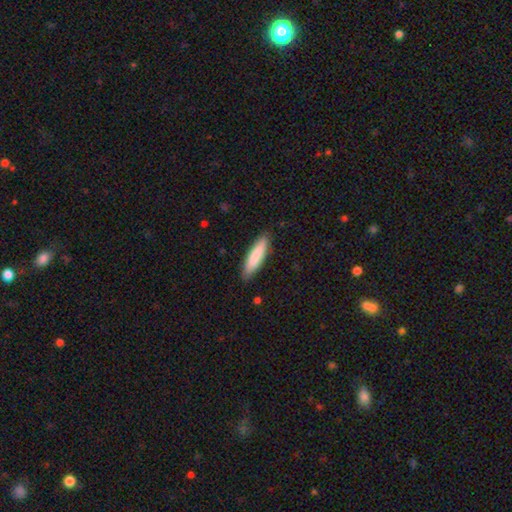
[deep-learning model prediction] Smooth or featured? smooth (83%)
How rounded? cigar-shaped (74%)
Merging? none (87%)